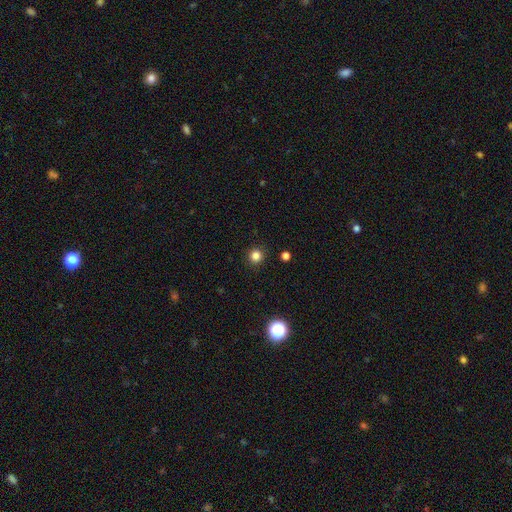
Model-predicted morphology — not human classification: This is clearly a smooth galaxy (82%). How rounded: clearly round (94%). Merging: clearly none (92%).